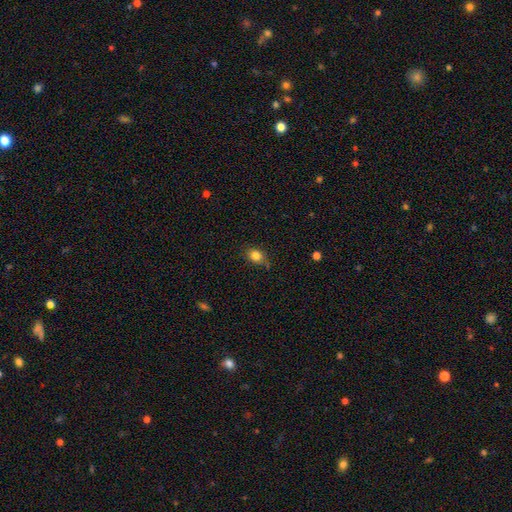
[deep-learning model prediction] Overall: smooth (82%). How rounded: in between (56%; round 43%). Merging: none (73%).